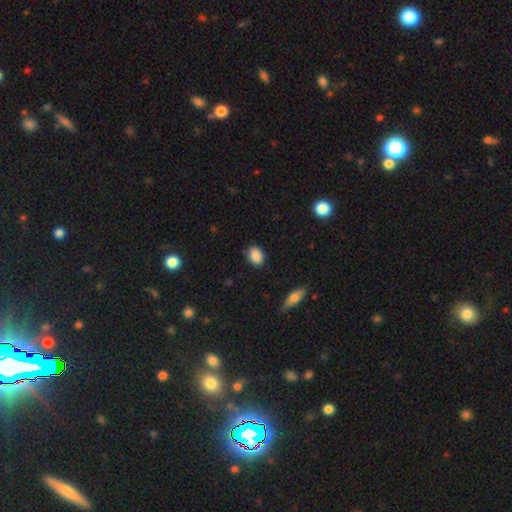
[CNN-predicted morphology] smooth 88%, star or artifact 8%, featured or disk 4%. Down the decision tree: how rounded — in between (76%); merging — none (82%).